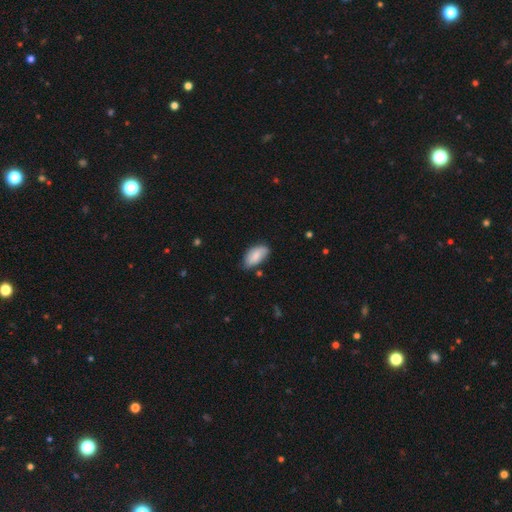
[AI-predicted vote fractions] Overall: smooth (78%). How rounded: in between (94%). Merging: none (67%; minor disturbance 27%).